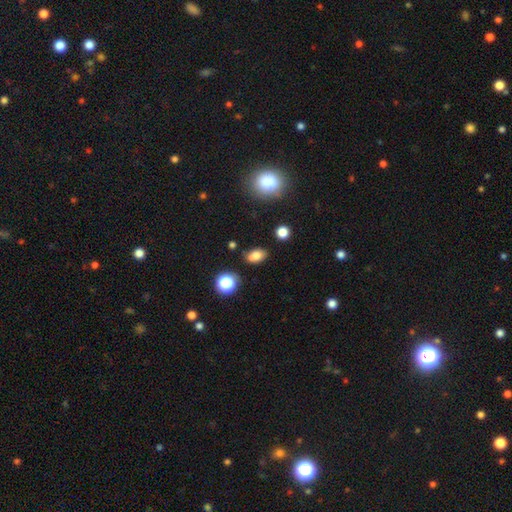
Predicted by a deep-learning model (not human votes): Overall: smooth (80%). How rounded: in between (86%). Merging: none (82%).